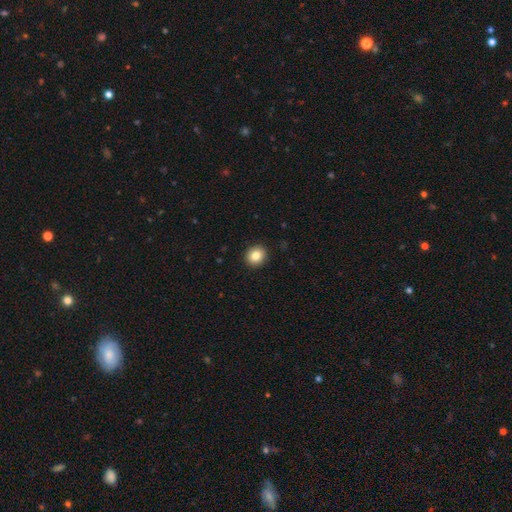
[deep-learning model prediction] Overall: smooth (84%). How rounded: round (82%). Merging: none (92%).